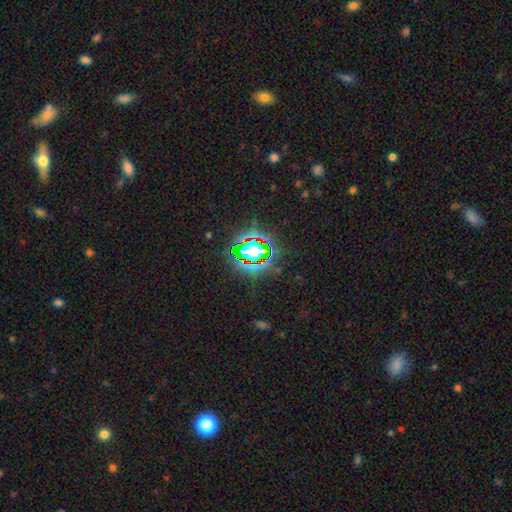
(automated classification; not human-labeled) Morphology: type=star or artifact (74%).